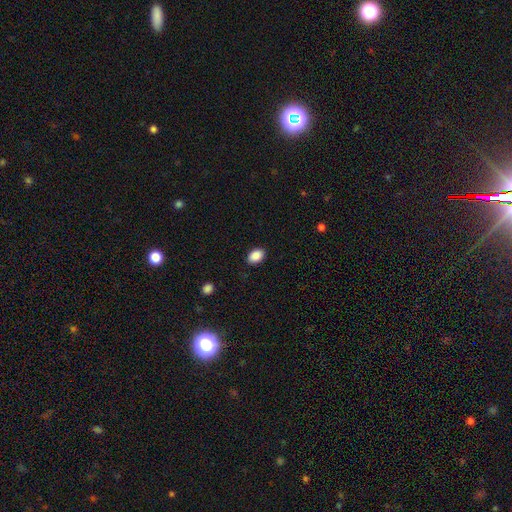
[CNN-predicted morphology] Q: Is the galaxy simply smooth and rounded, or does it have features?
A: smooth — 90%.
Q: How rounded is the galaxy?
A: in between — 84%.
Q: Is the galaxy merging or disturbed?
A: none — 88%.